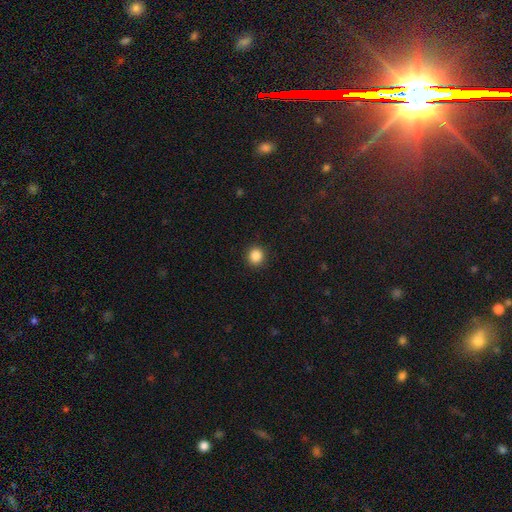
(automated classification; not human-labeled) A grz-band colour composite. It shows a smooth galaxy with no disk features (87%) that is round (89%). Merging: none (92%).